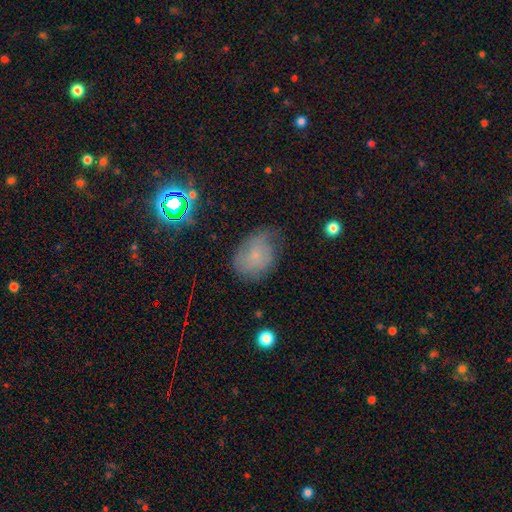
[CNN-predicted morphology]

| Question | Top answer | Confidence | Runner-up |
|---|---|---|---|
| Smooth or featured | smooth | 54% | featured or disk (29%) |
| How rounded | in between | 58% | round (40%) |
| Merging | none | 47% | minor disturbance (35%) |